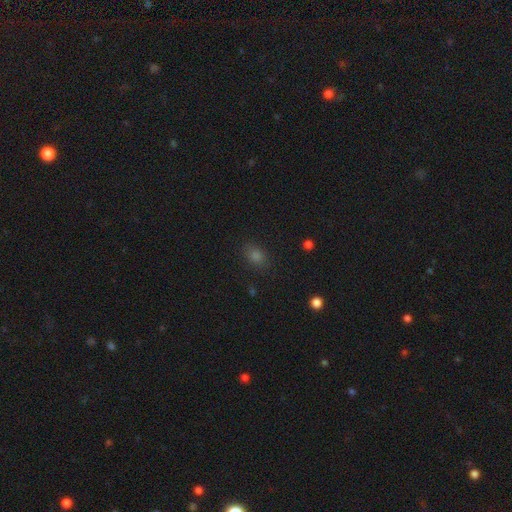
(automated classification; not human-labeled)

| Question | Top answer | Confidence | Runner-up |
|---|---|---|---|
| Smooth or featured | smooth | 73% | star or artifact (22%) |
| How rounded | in between | 62% | round (36%) |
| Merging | none | 86% | minor disturbance (10%) |